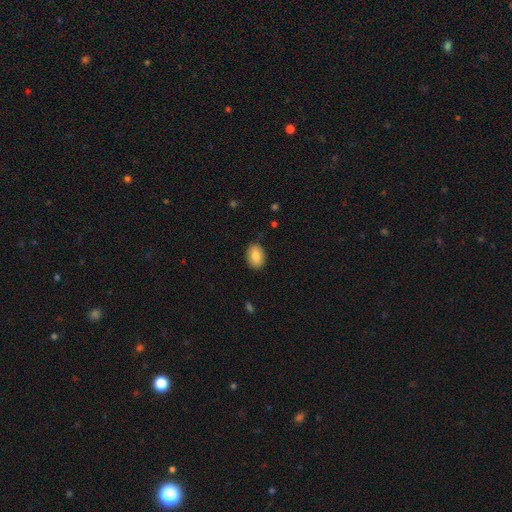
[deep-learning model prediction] The model was most divided on "how rounded": in between: 81%, round: 17%, cigar-shaped: 1%. More confident: merging — none (86%); smooth or featured — smooth (82%).